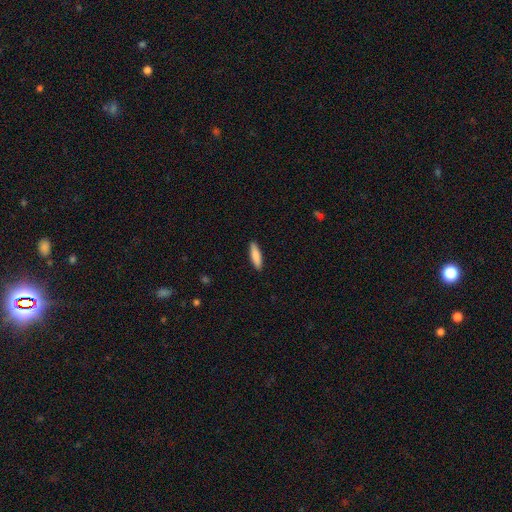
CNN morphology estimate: Smooth or featured? Predicted: smooth (p=0.84). How rounded? Predicted: cigar-shaped (p=0.72). Merging? Predicted: none (p=0.91).